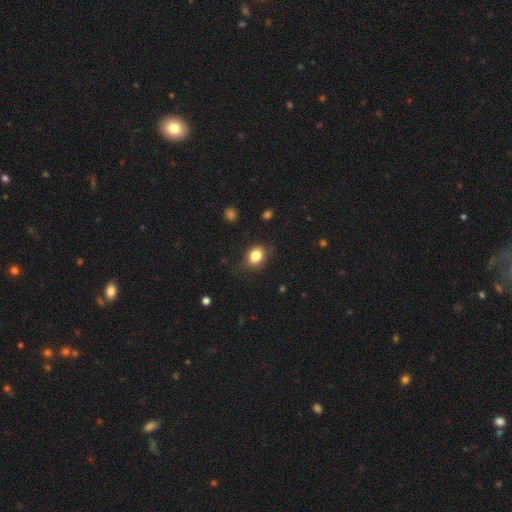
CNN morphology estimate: Smooth or featured: smooth — 82% (star or artifact — 10%)
How rounded: in between — 52% (round — 47%)
Merging: none — 81% (minor disturbance — 14%)